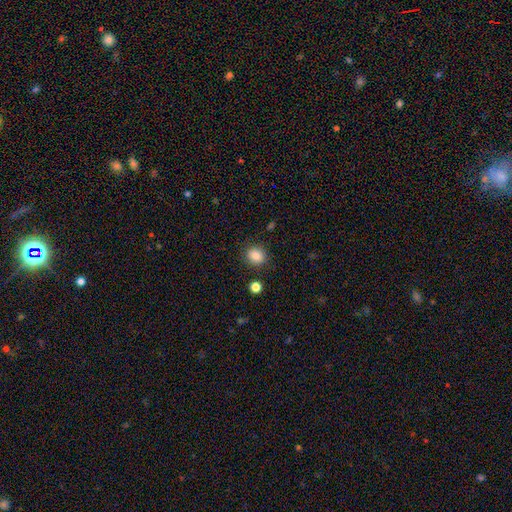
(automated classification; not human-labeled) Smooth or featured? Predicted: smooth (p=0.86). How rounded? Predicted: round (p=0.72). Merging? Predicted: none (p=0.85).